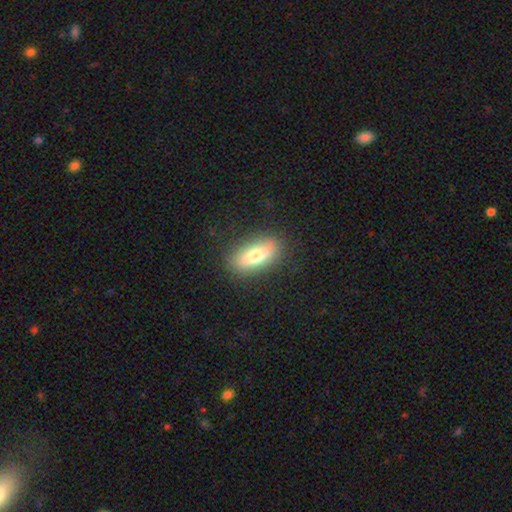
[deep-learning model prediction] Overall: smooth (67%). How rounded: in between (75%). Merging: none (85%).